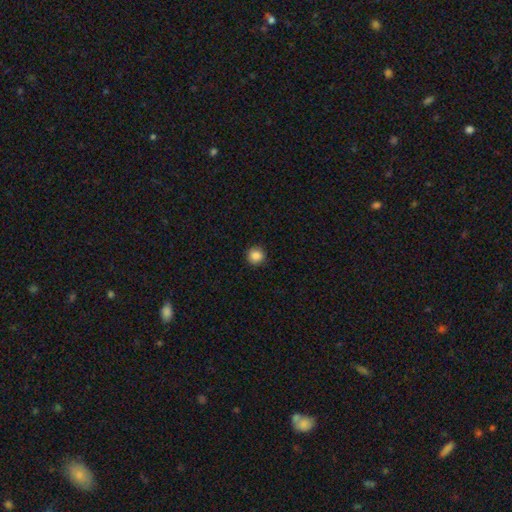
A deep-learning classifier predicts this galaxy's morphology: Smooth or featured? smooth (86%)
How rounded? round (94%)
Merging? none (91%)